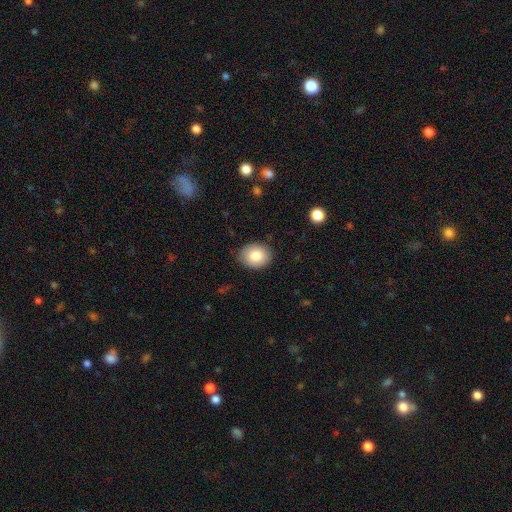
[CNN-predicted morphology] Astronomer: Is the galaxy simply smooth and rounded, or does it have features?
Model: smooth — 82%.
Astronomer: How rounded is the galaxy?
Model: in between — 55% (runner-up: round, 44%).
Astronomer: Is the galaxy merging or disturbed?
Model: none — 85%.